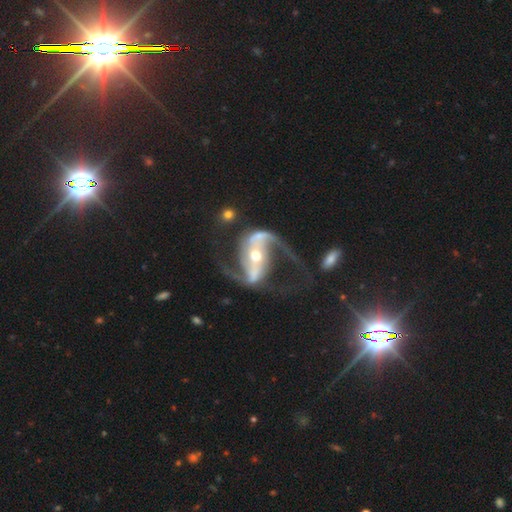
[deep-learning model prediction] Smooth or featured: featured or disk — 92% (star or artifact — 5%)
Edge-on disk: no — 97% (yes — 3%)
Bar: strong — 59% (weak — 24%)
Spiral arms: yes — 98% (no — 2%)
Spiral winding: loose — 52% (medium — 41%)
Spiral arm count: 2 — 93% (1 — 2%)
Bulge size: moderate — 60% (small — 33%)
Merging: none — 64% (major disturbance — 16%)